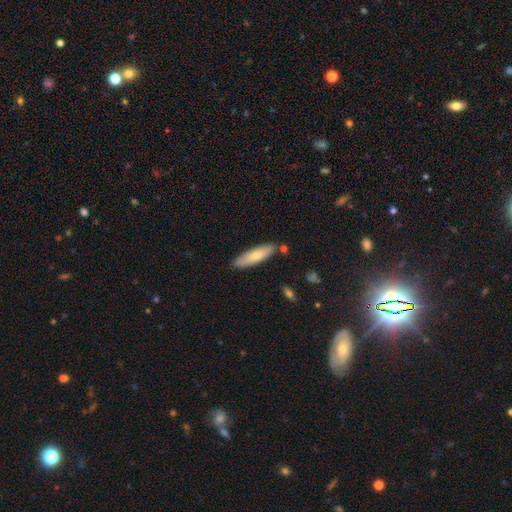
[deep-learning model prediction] Overall: smooth (73%). How rounded: cigar-shaped (64%; in between 34%). Merging: none (82%).